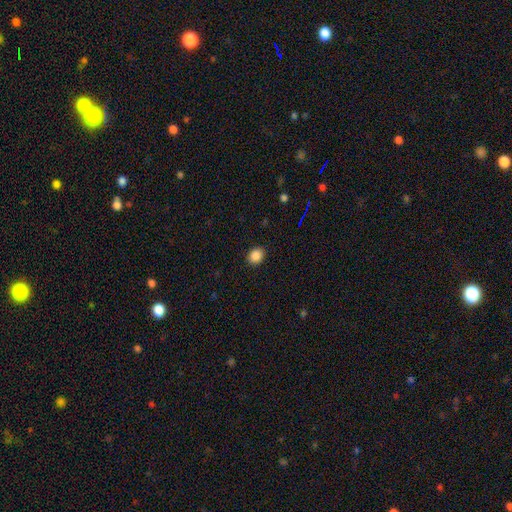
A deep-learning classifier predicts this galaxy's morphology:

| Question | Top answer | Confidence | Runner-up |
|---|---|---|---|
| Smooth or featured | smooth | 87% | star or artifact (10%) |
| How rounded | round | 57% | in between (42%) |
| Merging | none | 90% | minor disturbance (7%) |